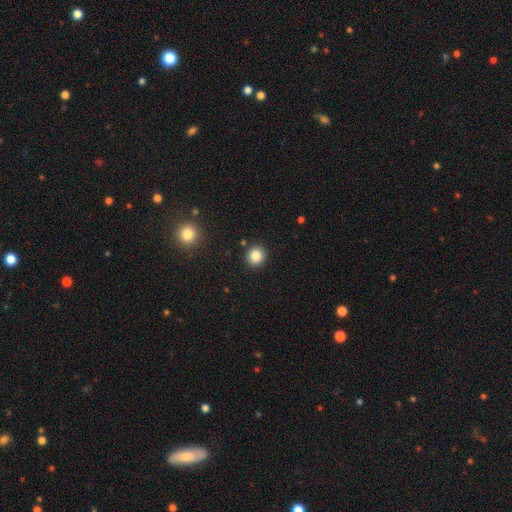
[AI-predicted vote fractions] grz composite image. It shows a smooth galaxy with no disk features (84%) that is round (86%). Merging: none (90%).